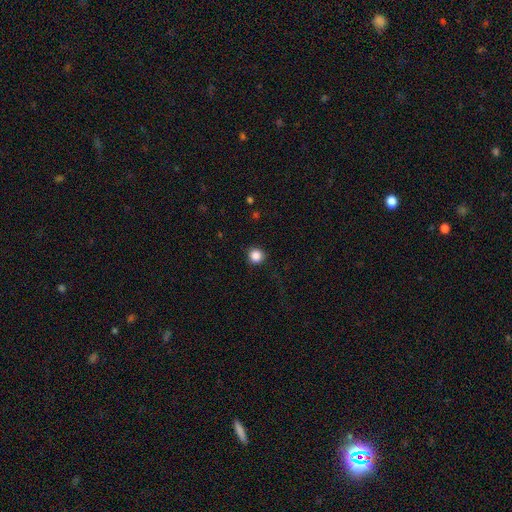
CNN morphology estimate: This is clearly a smooth galaxy (87%). How rounded: clearly round (95%). Merging: clearly none (91%).